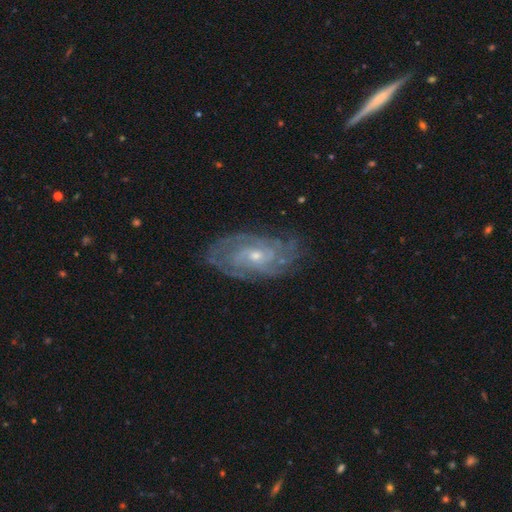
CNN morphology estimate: Smooth or featured? featured or disk (84%)
Edge-on disk? no (95%)
Bar? no (65%)
Spiral arms? yes (95%)
Spiral winding? tight (65%)
Spiral arm count? can't tell (37%)
Bulge size? small (64%)
Merging? none (77%)